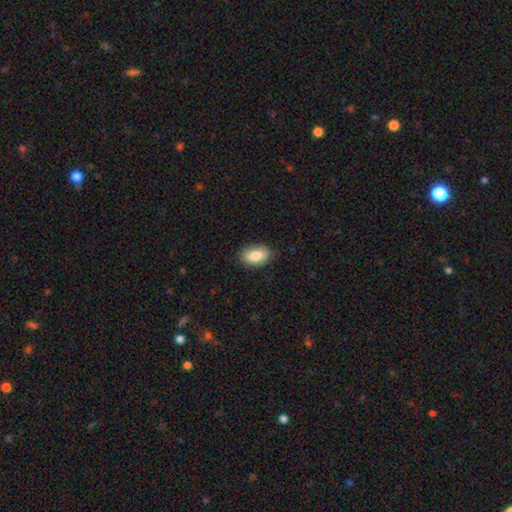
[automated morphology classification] Smooth or featured? smooth (83%)
How rounded? in between (91%)
Merging? none (83%)